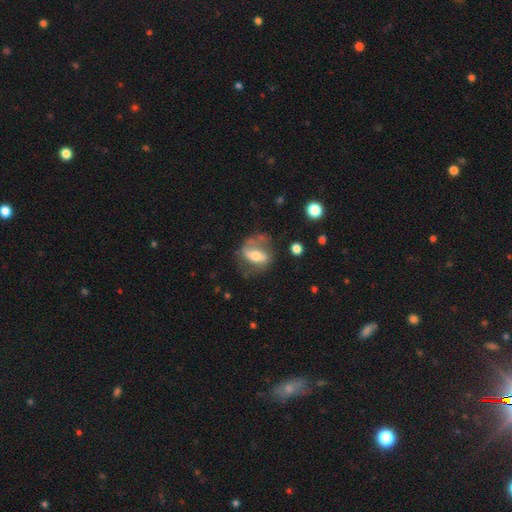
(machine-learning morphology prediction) A featured or disk galaxy (60%) with a strong bar (35%, tied with weak), spiral arms (72%) and a moderate central bulge (60%). Merging: none (46%).